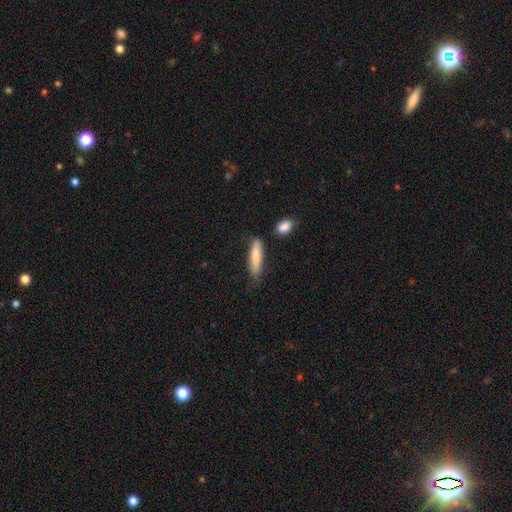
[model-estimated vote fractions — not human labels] A smooth galaxy with no disk features (80%) that is cigar-shaped (71%).

Vote fractions:
- Smooth or featured? smooth: 80% / featured or disk: 14% / star or artifact: 6%
- How rounded? cigar-shaped: 71% / in between: 27% / round: 2%
- Merging? none: 71% / minor disturbance: 18% / merger: 7% / major disturbance: 4%